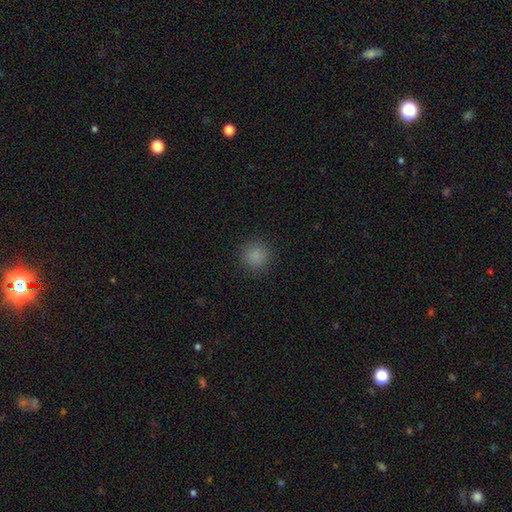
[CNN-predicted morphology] Smooth or featured? Predicted: smooth (p=0.85). How rounded? Predicted: round (p=0.94). Merging? Predicted: none (p=0.90).